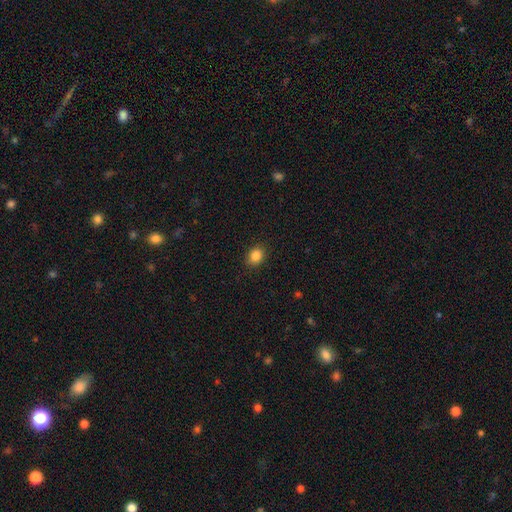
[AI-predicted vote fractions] Morphology: type=smooth (86%); roundness=in between (52%); merging=none (87%).